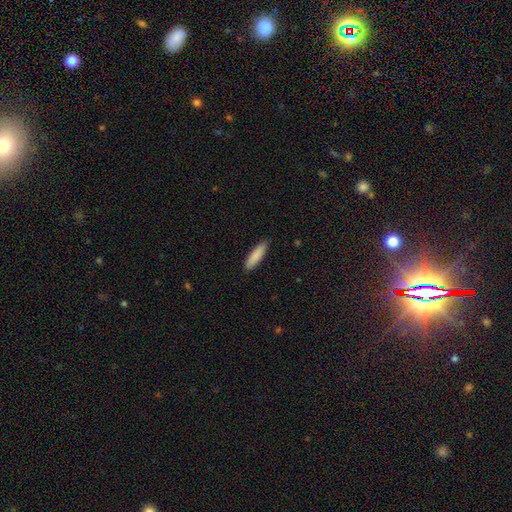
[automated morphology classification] Overall: smooth (88%). How rounded: cigar-shaped (69%; in between 30%). Merging: none (88%).